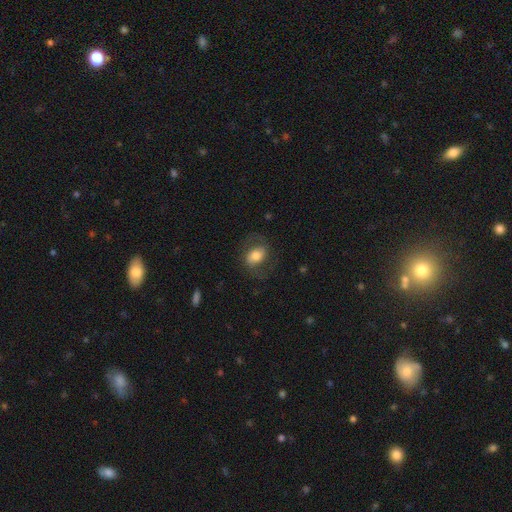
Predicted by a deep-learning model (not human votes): The model was most divided on "smooth or featured": smooth: 59%, featured or disk: 33%, star or artifact: 8%. More confident: how rounded — in between (74%); merging — none (68%).